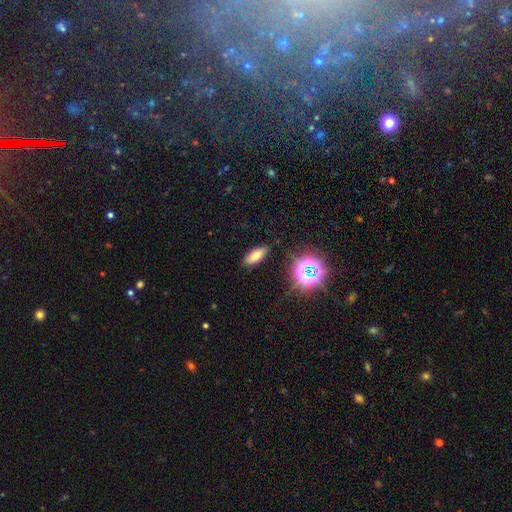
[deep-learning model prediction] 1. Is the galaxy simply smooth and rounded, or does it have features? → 72% smooth, 16% star or artifact, 12% featured or disk.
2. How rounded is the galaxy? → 76% in between, 19% cigar-shaped, 5% round.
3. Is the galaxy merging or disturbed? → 87% none, 9% minor disturbance, 3% major disturbance, 2% merger.